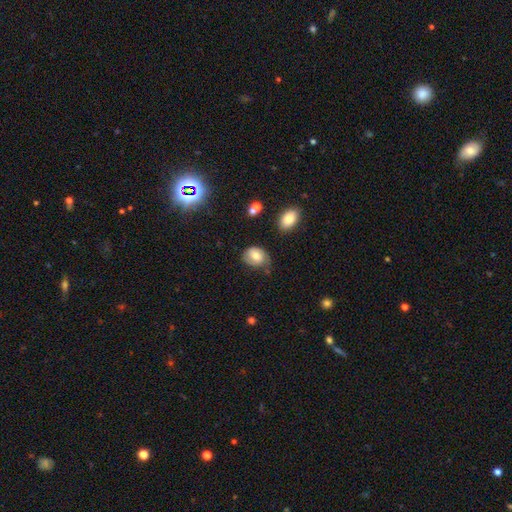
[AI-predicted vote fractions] Morphology: type=smooth (71%); roundness=in between (62%); merging=none (51%).